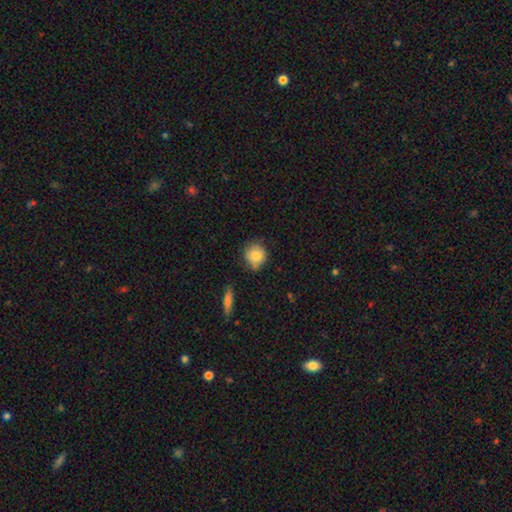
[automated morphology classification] smooth-or-featured: smooth: 83% | featured or disk: 9% | star or artifact: 8%
  how-rounded: round: 87% | in between: 12% | cigar-shaped: 1%
  merging: none: 68% | minor disturbance: 23% | major disturbance: 5% | merger: 4%